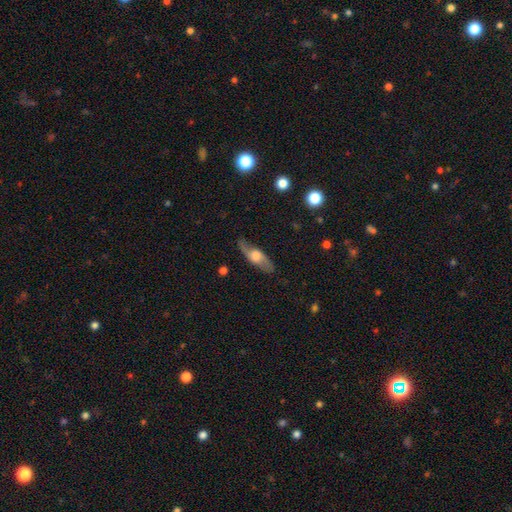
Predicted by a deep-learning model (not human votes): Smooth or featured? Predicted: featured or disk (p=0.57). Edge-on disk? Predicted: yes (p=0.50, tied with no). Merging? Predicted: none (p=0.80).